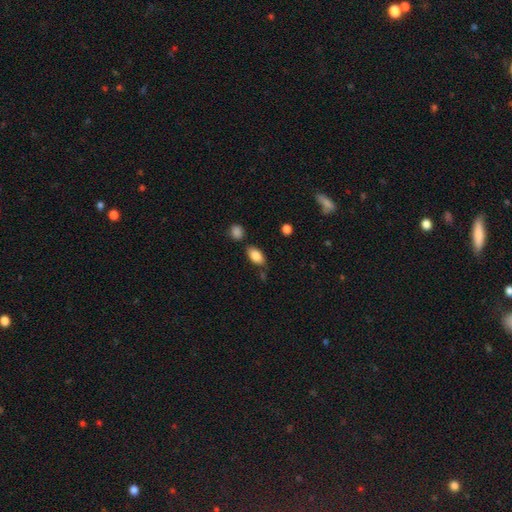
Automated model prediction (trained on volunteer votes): Overall: smooth (84%). How rounded: in between (92%). Merging: none (76%).